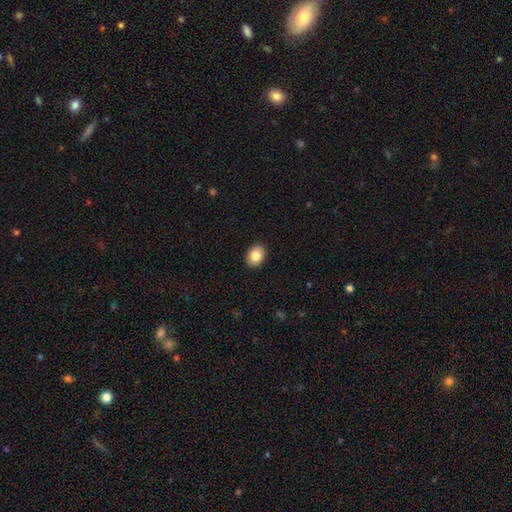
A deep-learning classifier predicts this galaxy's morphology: This is clearly a smooth galaxy (86%). How rounded: likely in between (64%). Merging: clearly none (91%).